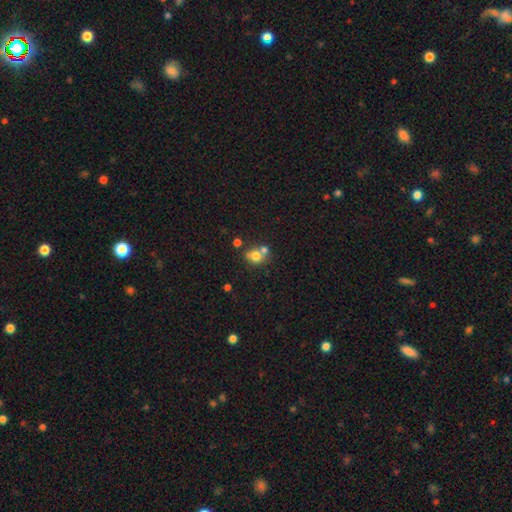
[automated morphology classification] Smooth or featured? Predicted: smooth (p=0.74). How rounded? Predicted: round (p=0.71). Merging? Predicted: none (p=0.45).